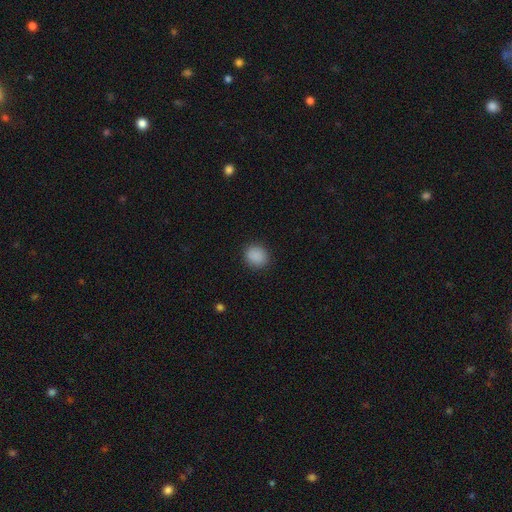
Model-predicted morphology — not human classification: Smooth or featured: smooth — 88% (star or artifact — 9%)
How rounded: round — 80% (in between — 19%)
Merging: none — 89% (minor disturbance — 7%)